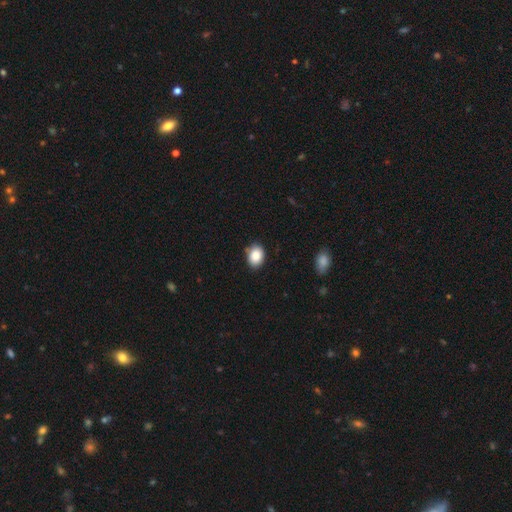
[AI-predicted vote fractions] smooth-or-featured: smooth: 87% | star or artifact: 8% | featured or disk: 5%
  how-rounded: in between: 68% | round: 31% | cigar-shaped: 1%
  merging: none: 80% | minor disturbance: 15% | major disturbance: 2% | merger: 2%